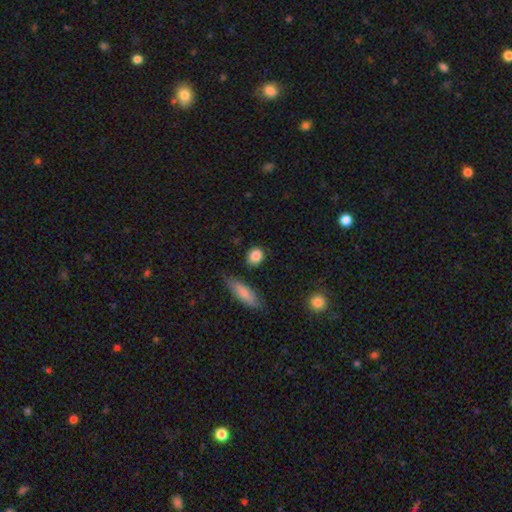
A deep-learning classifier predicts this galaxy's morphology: This appears to be a smooth galaxy with no disk features (87%) that is round (62%). Merging: none (83%).